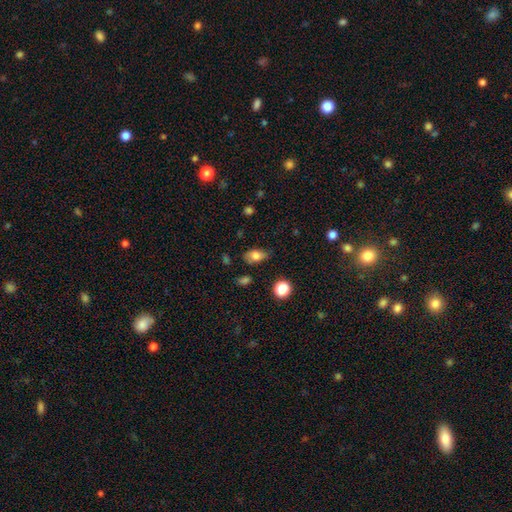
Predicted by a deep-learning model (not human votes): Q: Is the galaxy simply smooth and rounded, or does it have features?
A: smooth — 76%.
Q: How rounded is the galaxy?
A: in between — 85%.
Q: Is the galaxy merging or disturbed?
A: none — 64%.